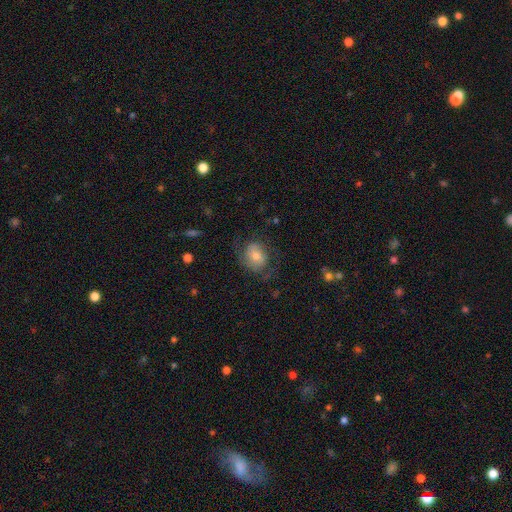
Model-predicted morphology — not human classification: Smooth or featured?
  - featured or disk: 48% *
  - smooth: 42%
  - star or artifact: 10%
Merging?
  - none: 64% *
  - minor disturbance: 19%
  - major disturbance: 15%
  - merger: 1%